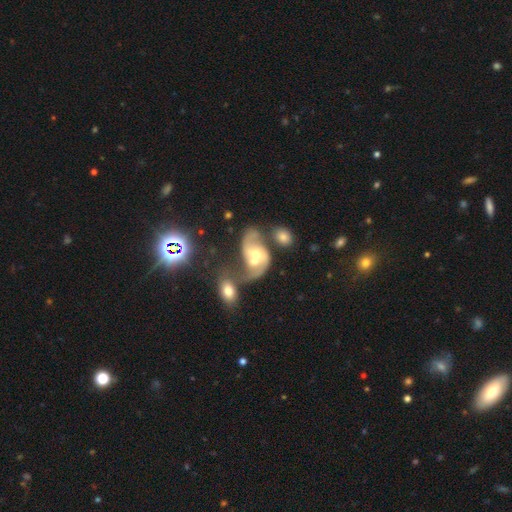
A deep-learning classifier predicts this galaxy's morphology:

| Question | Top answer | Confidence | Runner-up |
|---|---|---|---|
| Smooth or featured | featured or disk | 73% | smooth (19%) |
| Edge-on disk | no | 97% | yes (3%) |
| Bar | no | 49% | weak (37%) |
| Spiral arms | yes | 85% | no (15%) |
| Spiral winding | loose | 56% | medium (36%) |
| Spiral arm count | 2 | 85% | can't tell (6%) |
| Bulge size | moderate | 61% | small (27%) |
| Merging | merger | 59% | none (21%) |